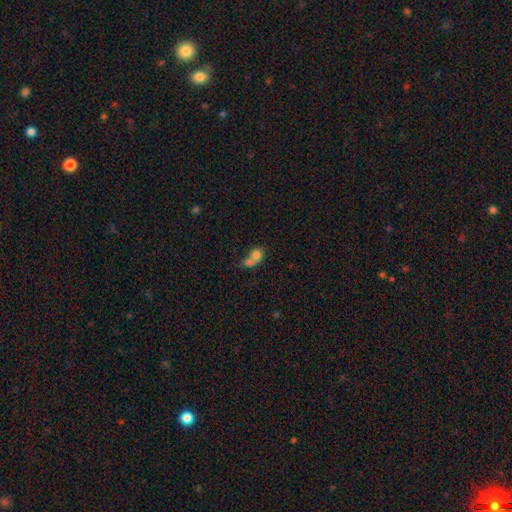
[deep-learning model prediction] The model was most divided on "how rounded": round: 54%, in between: 44%, cigar-shaped: 2%. More confident: smooth or featured — smooth (71%); merging — merger (64%).